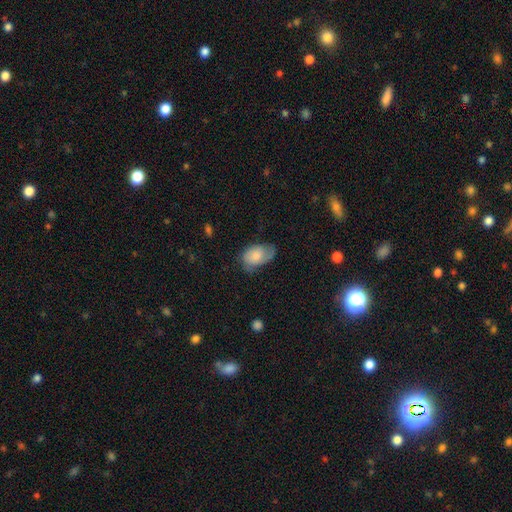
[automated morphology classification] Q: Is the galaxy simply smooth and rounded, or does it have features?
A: smooth — 68%.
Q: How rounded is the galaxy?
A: in between — 89%.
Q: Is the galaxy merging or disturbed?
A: none — 48%.